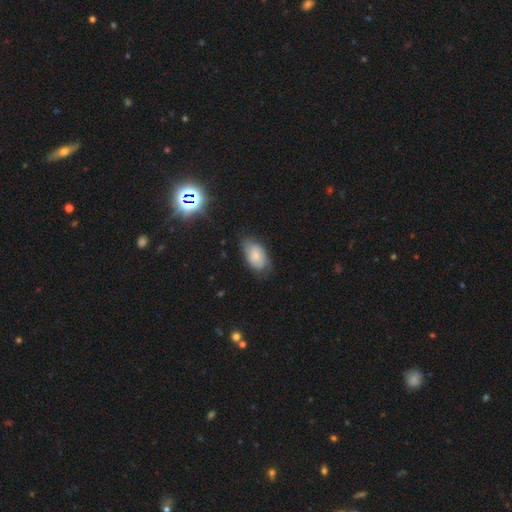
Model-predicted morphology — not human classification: A smooth galaxy with no disk features (69%) that is in between round and cigar-shaped (91%).

Vote fractions:
- Smooth or featured? smooth: 69% / featured or disk: 22% / star or artifact: 9%
- How rounded? in between: 91% / round: 7% / cigar-shaped: 2%
- Merging? none: 65% / minor disturbance: 27% / major disturbance: 6% / merger: 2%